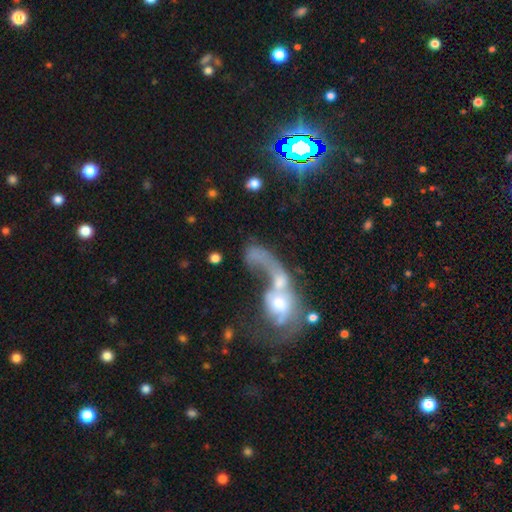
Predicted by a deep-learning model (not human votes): Smooth or featured? Predicted: featured or disk (p=0.44, tied with smooth). Merging? Predicted: merger (p=0.69).